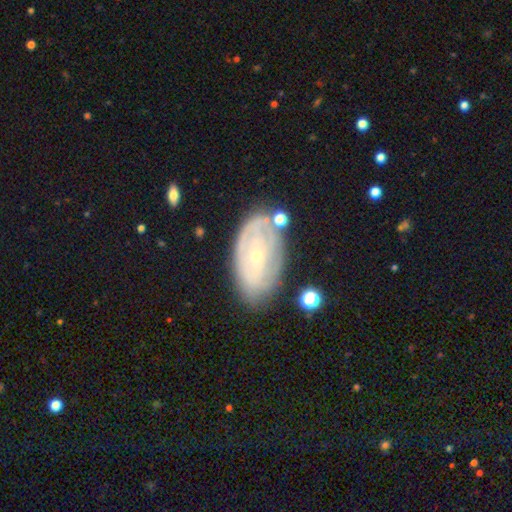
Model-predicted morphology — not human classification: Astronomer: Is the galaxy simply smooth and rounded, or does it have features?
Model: featured or disk — 69%.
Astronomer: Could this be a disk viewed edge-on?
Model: no — 93%.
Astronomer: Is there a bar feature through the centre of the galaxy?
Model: no — 69%.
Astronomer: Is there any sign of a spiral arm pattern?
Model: yes — 72%.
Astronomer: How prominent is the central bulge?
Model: small — 79%.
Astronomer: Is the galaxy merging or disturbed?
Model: none — 69%.